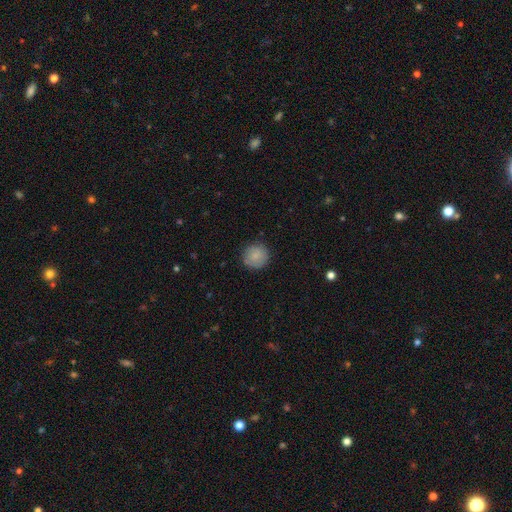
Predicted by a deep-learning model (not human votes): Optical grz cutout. It shows a smooth galaxy with no disk features (85%) that is round (94%). Merging: none (87%).